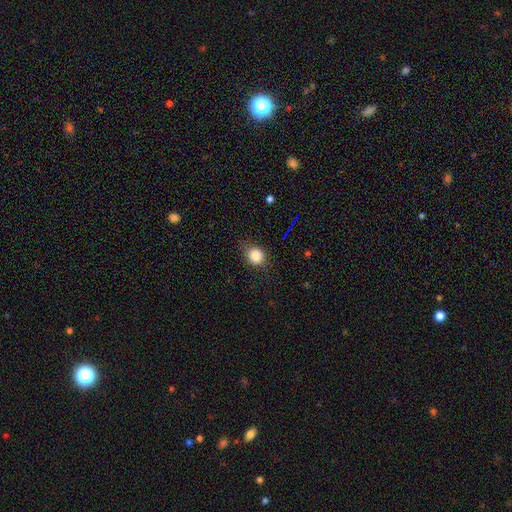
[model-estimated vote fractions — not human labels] Overall: smooth (82%). How rounded: round (72%). Merging: none (70%).